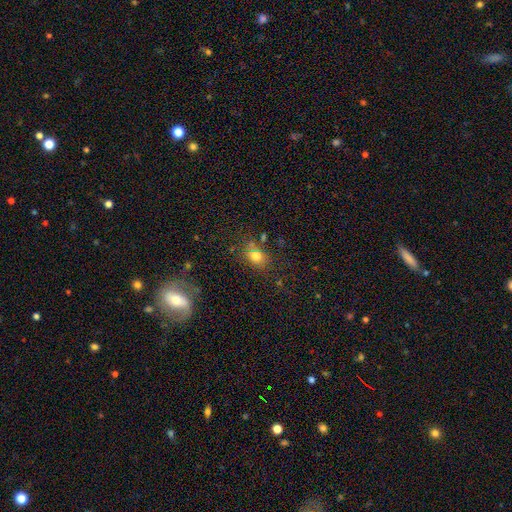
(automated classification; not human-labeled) smooth-or-featured: smooth: 75% | star or artifact: 15% | featured or disk: 9%
  how-rounded: in between: 59% | round: 40% | cigar-shaped: 2%
  merging: none: 67% | minor disturbance: 16% | merger: 11% | major disturbance: 6%